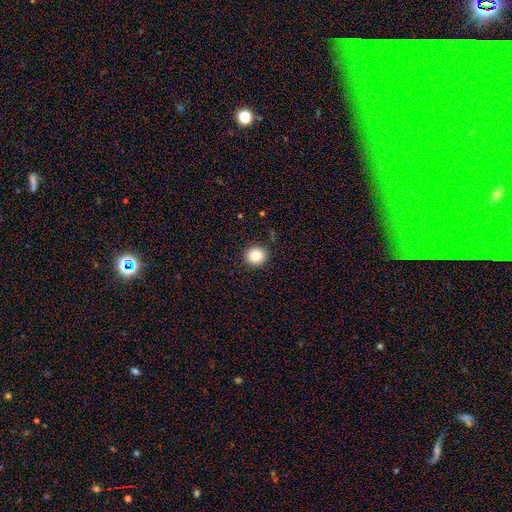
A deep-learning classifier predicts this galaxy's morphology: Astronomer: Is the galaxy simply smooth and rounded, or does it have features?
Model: smooth — 83%.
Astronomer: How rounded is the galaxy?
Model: round — 88%.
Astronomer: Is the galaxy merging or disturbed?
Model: none — 91%.